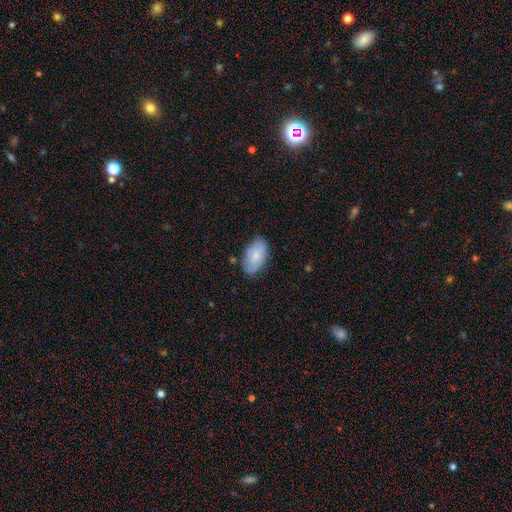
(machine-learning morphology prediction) Overall: smooth (74%). How rounded: in between (94%). Merging: none (78%).